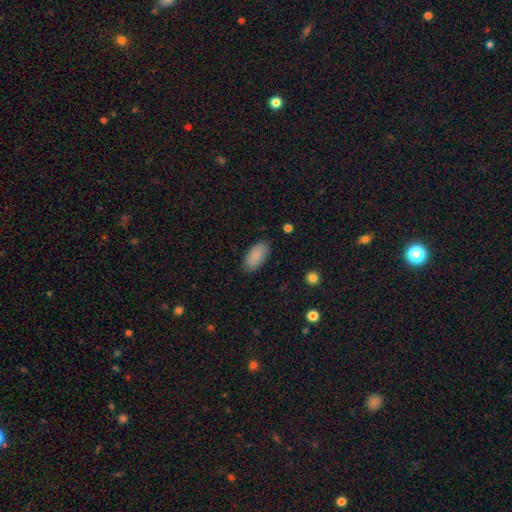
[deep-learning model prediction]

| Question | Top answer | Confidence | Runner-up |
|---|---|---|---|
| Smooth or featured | smooth | 88% | star or artifact (7%) |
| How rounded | in between | 92% | cigar-shaped (6%) |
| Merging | none | 85% | minor disturbance (12%) |